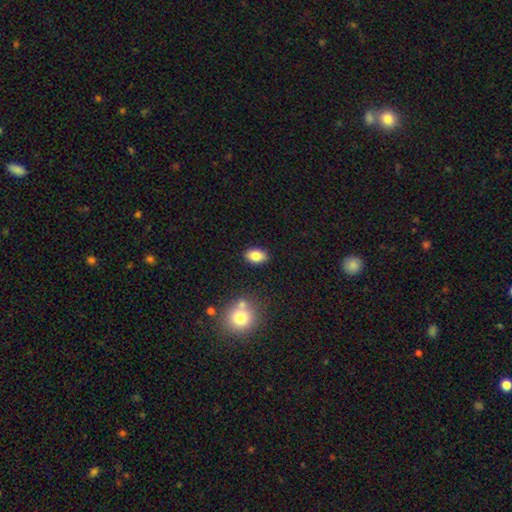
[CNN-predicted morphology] type=smooth (83%); roundness=in between (87%); merging=none (87%).